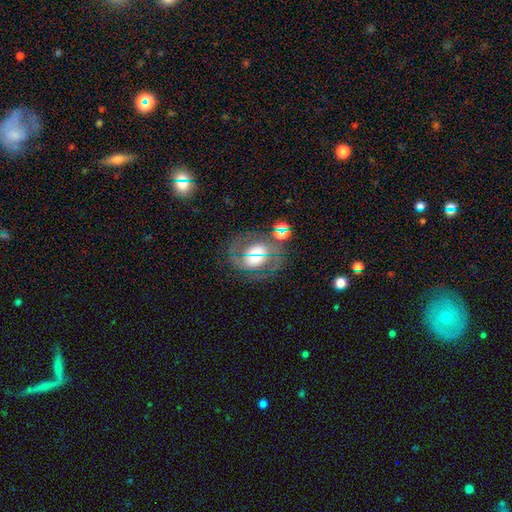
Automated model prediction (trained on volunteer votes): Smooth or featured? Predicted: featured or disk (p=0.61). Edge-on disk? Predicted: no (p=0.96). Bar? Predicted: no (p=0.46). Spiral arms? Predicted: yes (p=0.76). Bulge size? Predicted: moderate (p=0.47). Merging? Predicted: none (p=0.63).